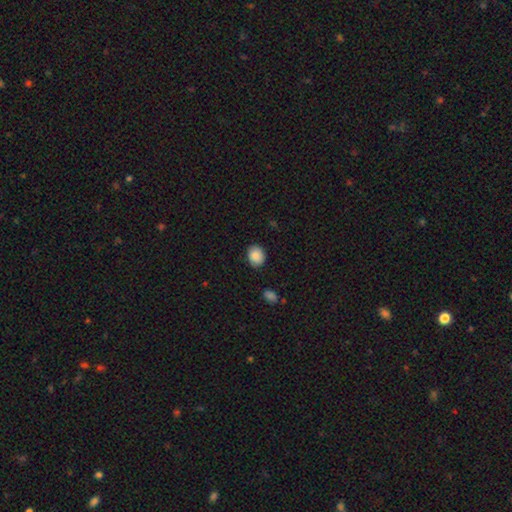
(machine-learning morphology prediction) smooth 88%, star or artifact 8%, featured or disk 4%. Down the decision tree: how rounded — round (50%, tied with in between); merging — none (86%).